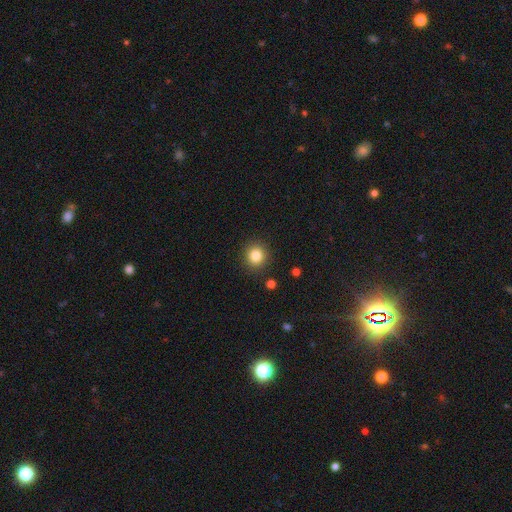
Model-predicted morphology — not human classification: This appears to be a smooth galaxy with no disk features (84%) that is round (90%). Merging: none (90%).